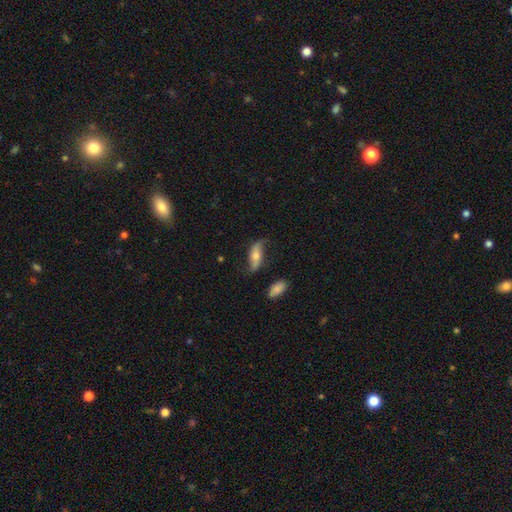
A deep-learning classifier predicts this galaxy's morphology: type=featured or disk (55%); edge-on=no (76%); merging=none (64%).